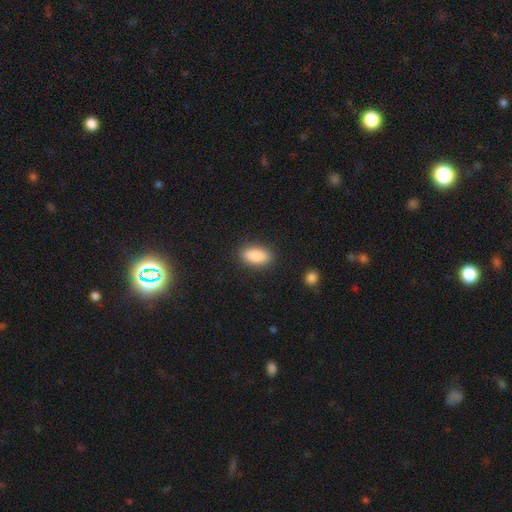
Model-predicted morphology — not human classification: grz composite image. It shows a smooth galaxy with no disk features (87%) that is in between round and cigar-shaped (85%). Merging: none (88%).